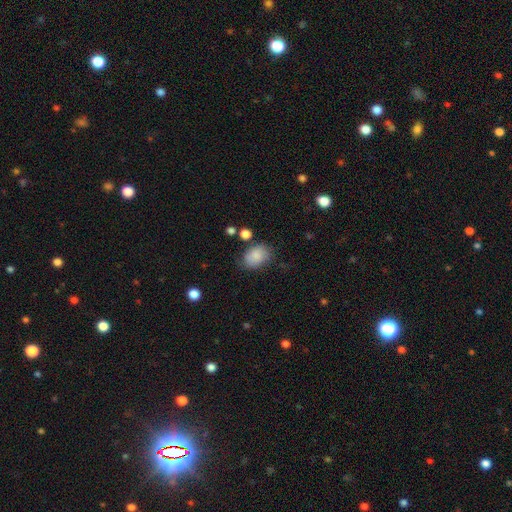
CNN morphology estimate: This is clearly a smooth galaxy (85%). How rounded: likely in between (77%). Merging: likely none (70%).